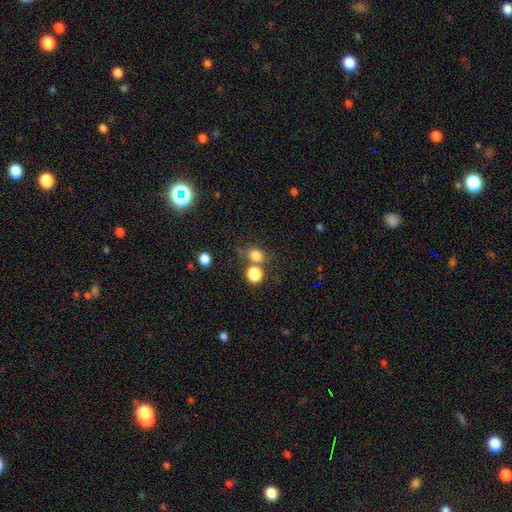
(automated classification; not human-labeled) smooth-or-featured: smooth: 79% | star or artifact: 15% | featured or disk: 6%
  how-rounded: round: 64% | in between: 35% | cigar-shaped: 1%
  merging: none: 63% | merger: 22% | minor disturbance: 11% | major disturbance: 5%